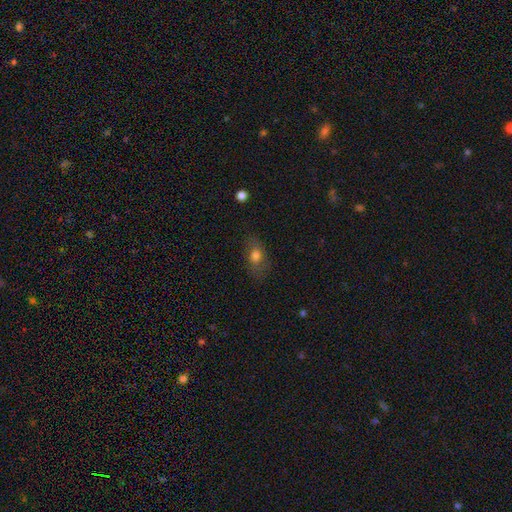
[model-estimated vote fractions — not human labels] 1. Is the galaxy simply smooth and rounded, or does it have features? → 70% smooth, 20% featured or disk, 10% star or artifact.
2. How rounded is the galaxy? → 79% in between, 17% round, 4% cigar-shaped.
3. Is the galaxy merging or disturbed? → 74% none, 18% minor disturbance, 7% major disturbance, 2% merger.